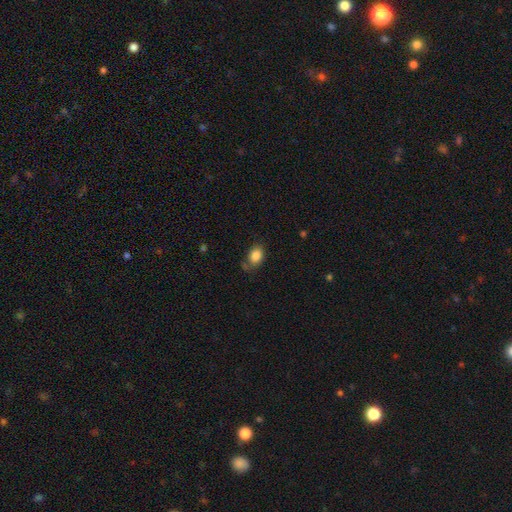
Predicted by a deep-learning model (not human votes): Smooth or featured: smooth — 85% (star or artifact — 9%)
How rounded: in between — 71% (round — 28%)
Merging: none — 63% (minor disturbance — 24%)